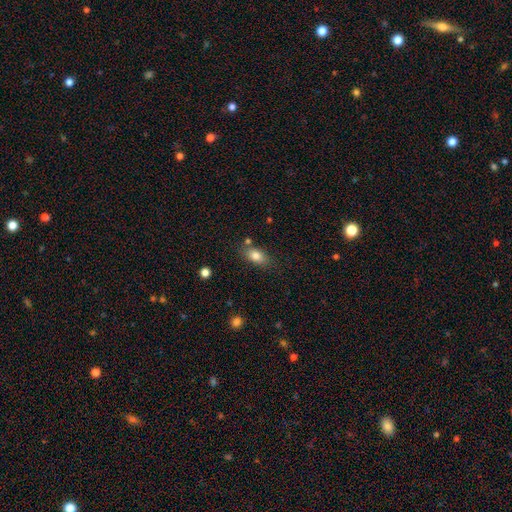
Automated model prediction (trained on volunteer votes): This appears to be a smooth galaxy with no disk features (80%) that is in between round and cigar-shaped (83%). Merging: none (73%).